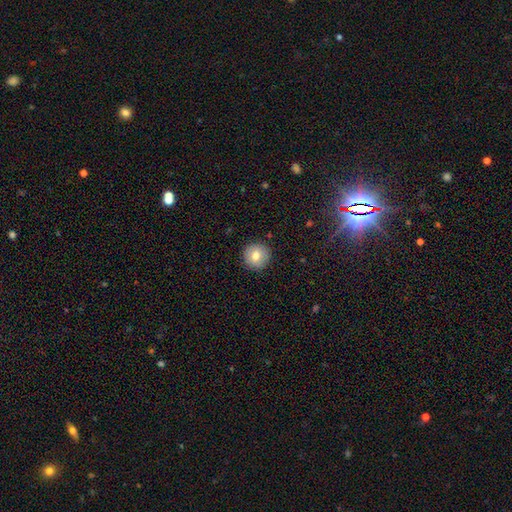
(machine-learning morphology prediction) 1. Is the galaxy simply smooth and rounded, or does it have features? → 77% smooth, 15% featured or disk, 8% star or artifact.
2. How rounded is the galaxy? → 95% round, 4% in between, 1% cigar-shaped.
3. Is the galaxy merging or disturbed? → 91% none, 6% minor disturbance, 2% major disturbance, 1% merger.